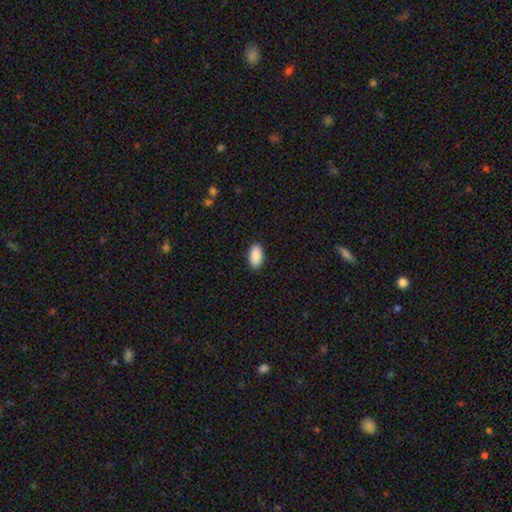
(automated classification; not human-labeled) Smooth or featured? smooth (91%)
How rounded? in between (95%)
Merging? none (89%)